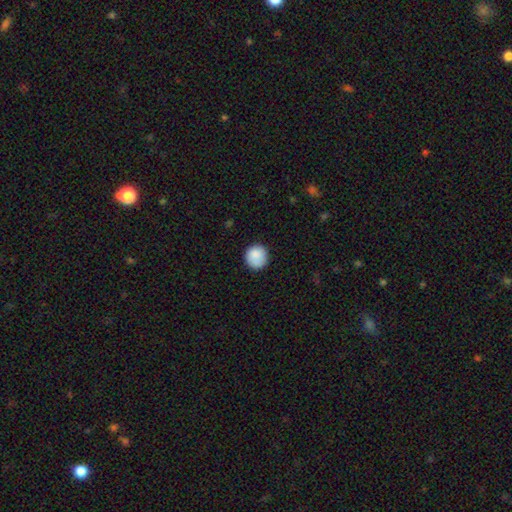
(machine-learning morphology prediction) Smooth or featured?
  - smooth: 88% *
  - star or artifact: 8%
  - featured or disk: 4%
How rounded?
  - round: 93% *
  - in between: 7%
  - cigar-shaped: 1%
Merging?
  - none: 86% *
  - minor disturbance: 11%
  - major disturbance: 2%
  - merger: 1%